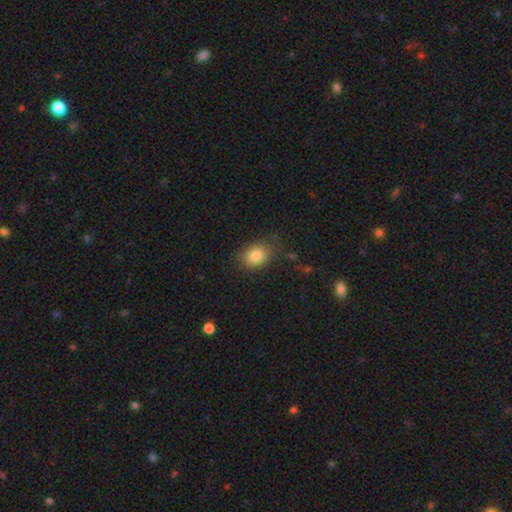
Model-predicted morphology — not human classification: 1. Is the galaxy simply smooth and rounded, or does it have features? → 84% smooth, 9% star or artifact, 7% featured or disk.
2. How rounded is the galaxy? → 66% in between, 33% round, 1% cigar-shaped.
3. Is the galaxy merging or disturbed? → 72% none, 19% minor disturbance, 6% major disturbance, 2% merger.